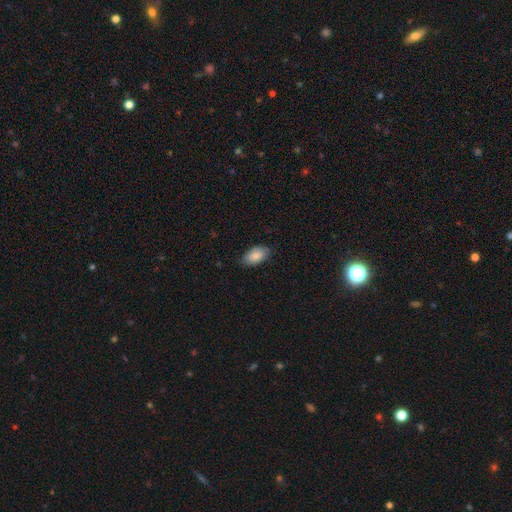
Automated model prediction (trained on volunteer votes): Smooth or featured? Predicted: smooth (p=0.87). How rounded? Predicted: in between (p=0.94). Merging? Predicted: none (p=0.82).